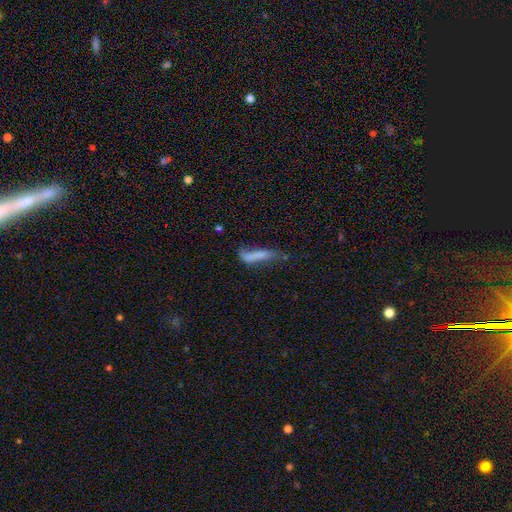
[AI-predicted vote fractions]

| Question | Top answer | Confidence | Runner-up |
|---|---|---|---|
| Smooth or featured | smooth | 64% | featured or disk (27%) |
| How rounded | cigar-shaped | 78% | in between (20%) |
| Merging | none | 35% | minor disturbance (29%) |